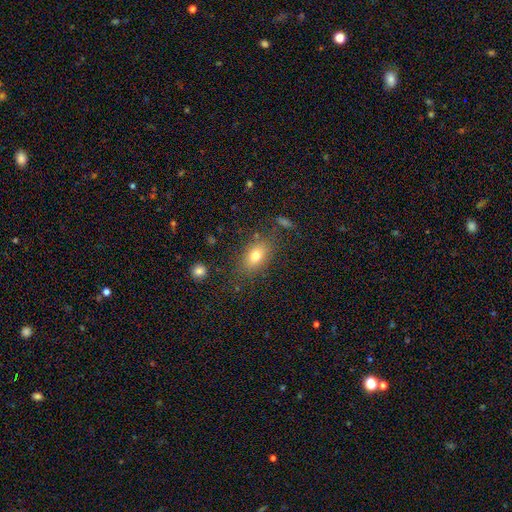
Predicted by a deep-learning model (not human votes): Morphology: type=smooth (76%); roundness=in between (82%); merging=none (78%).